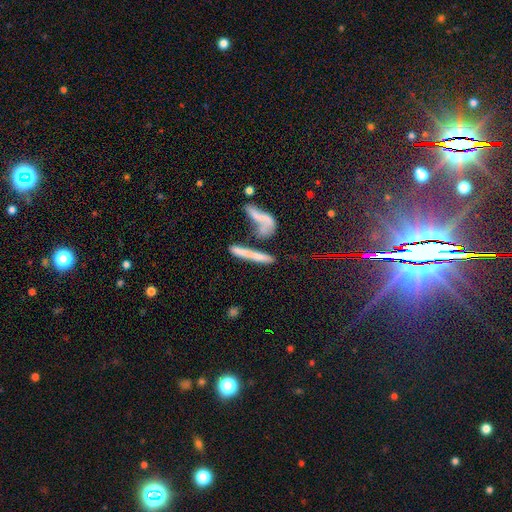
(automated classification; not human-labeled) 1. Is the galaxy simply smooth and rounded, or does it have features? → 55% smooth, 32% featured or disk, 13% star or artifact.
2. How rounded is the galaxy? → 88% cigar-shaped, 9% in between, 4% round.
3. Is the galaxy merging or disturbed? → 40% none, 36% merger, 12% minor disturbance, 12% major disturbance.